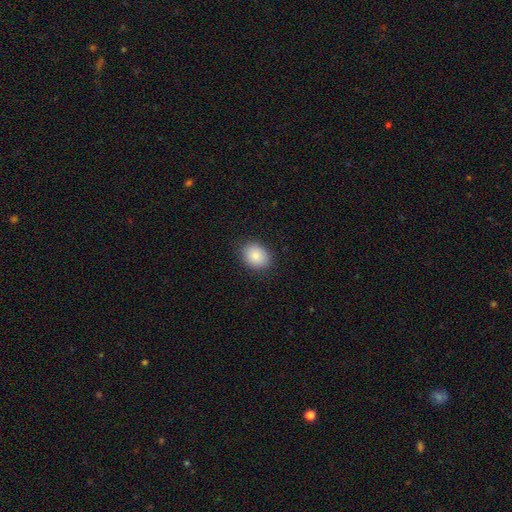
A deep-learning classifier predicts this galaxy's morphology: This is clearly a smooth galaxy (85%). How rounded: possibly in between (55%). Merging: clearly none (87%).